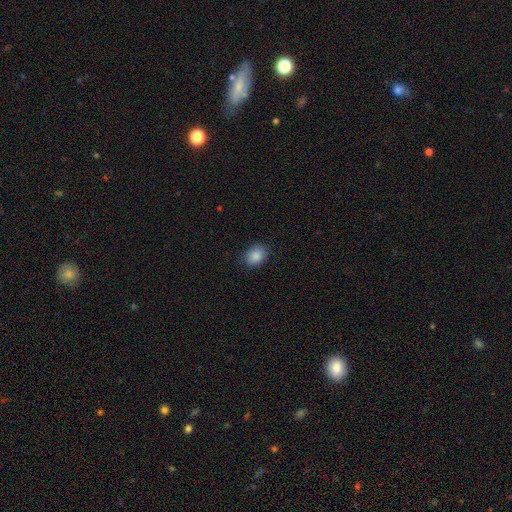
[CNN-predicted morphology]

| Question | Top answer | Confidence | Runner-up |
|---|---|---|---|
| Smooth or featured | smooth | 87% | star or artifact (8%) |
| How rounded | in between | 65% | round (34%) |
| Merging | none | 85% | minor disturbance (11%) |